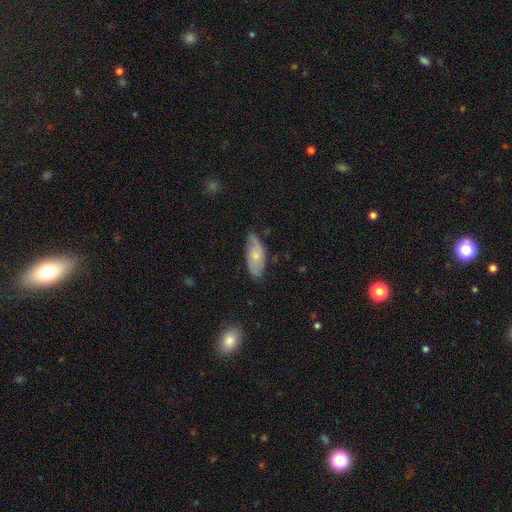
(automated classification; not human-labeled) Morphology: type=featured or disk (49%); merging=none (71%).